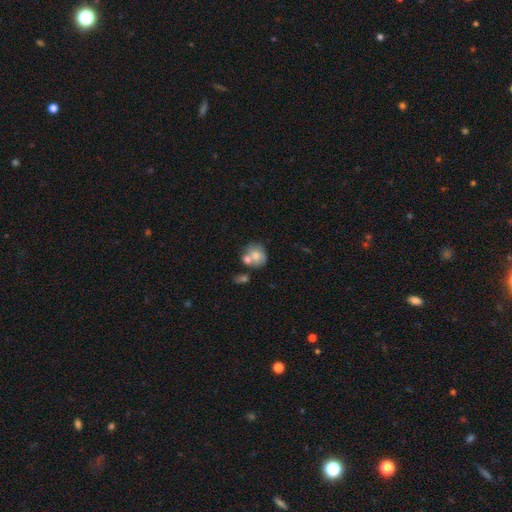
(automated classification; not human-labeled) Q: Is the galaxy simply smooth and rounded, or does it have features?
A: smooth — 67%.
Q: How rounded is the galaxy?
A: round — 73%.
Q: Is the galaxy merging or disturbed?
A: none — 41%.